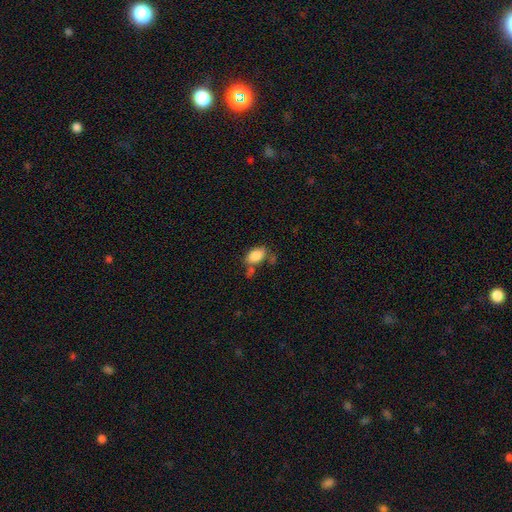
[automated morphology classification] Smooth or featured: smooth — 85% (star or artifact — 8%)
How rounded: in between — 90% (round — 8%)
Merging: none — 56% (minor disturbance — 20%)